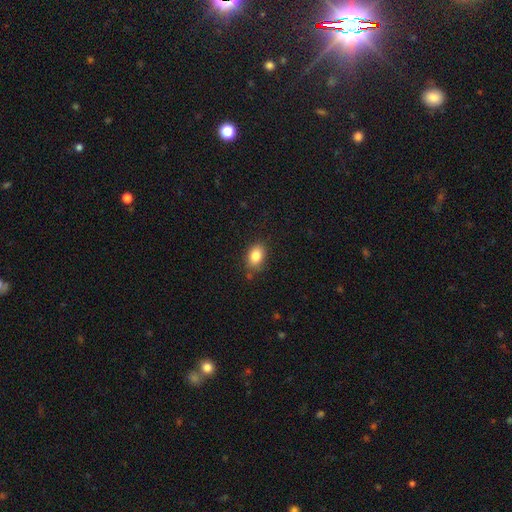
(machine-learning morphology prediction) Smooth or featured? Predicted: smooth (p=0.85). How rounded? Predicted: in between (p=0.83). Merging? Predicted: none (p=0.82).